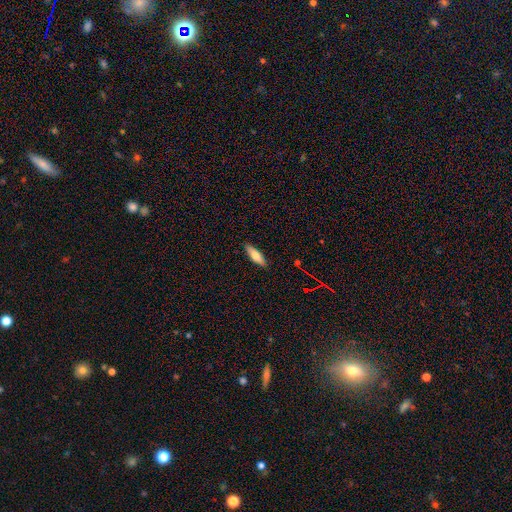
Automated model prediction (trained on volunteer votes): Smooth or featured? Predicted: smooth (p=0.69). How rounded? Predicted: cigar-shaped (p=0.53). Merging? Predicted: none (p=0.88).